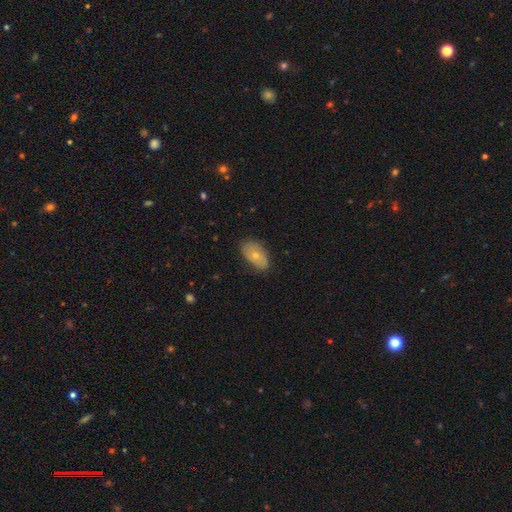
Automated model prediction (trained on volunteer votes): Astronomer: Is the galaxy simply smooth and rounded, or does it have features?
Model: smooth — 66%.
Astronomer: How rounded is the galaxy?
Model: in between — 92%.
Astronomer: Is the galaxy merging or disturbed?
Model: none — 73%.